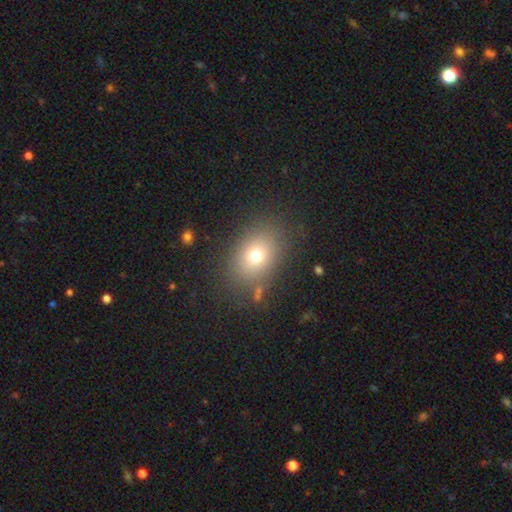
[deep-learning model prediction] smooth-or-featured: smooth: 71% | star or artifact: 15% | featured or disk: 14%
  how-rounded: in between: 62% | round: 37% | cigar-shaped: 1%
  merging: none: 81% | minor disturbance: 11% | major disturbance: 6% | merger: 2%